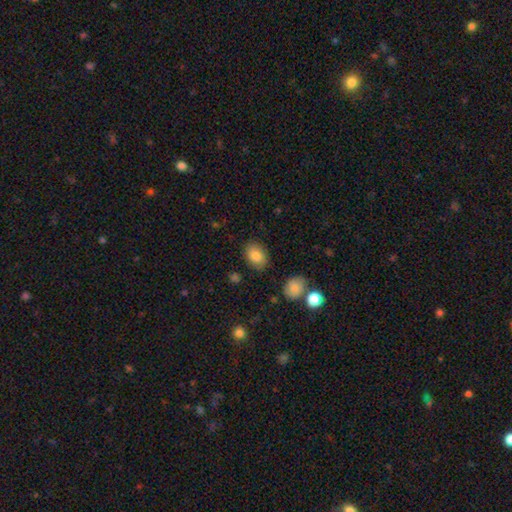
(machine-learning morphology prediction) smooth 83%, star or artifact 9%, featured or disk 8%. Down the decision tree: how rounded — in between (72%); merging — none (83%).